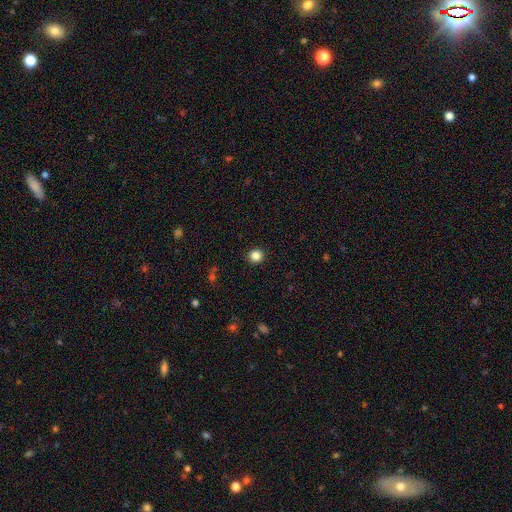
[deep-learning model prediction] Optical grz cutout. It shows a smooth galaxy with no disk features (85%) that is round (93%). Merging: none (93%).